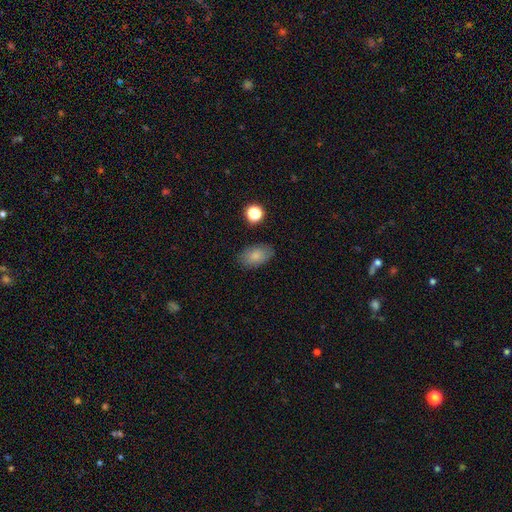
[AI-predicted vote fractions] smooth-or-featured: smooth: 82% | featured or disk: 10% | star or artifact: 9%
  how-rounded: in between: 89% | round: 9% | cigar-shaped: 2%
  merging: none: 83% | minor disturbance: 12% | major disturbance: 3% | merger: 2%